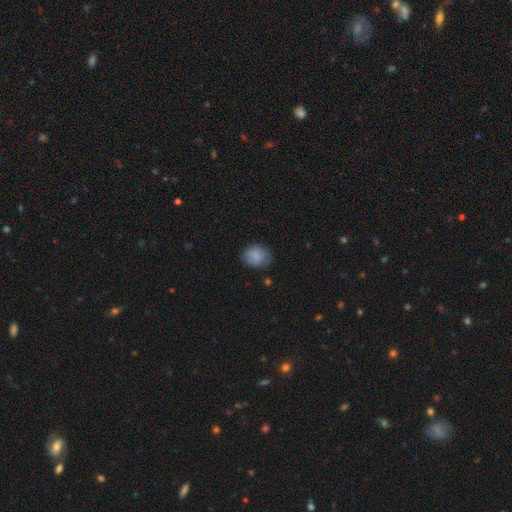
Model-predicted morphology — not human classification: smooth-or-featured: smooth: 81% | featured or disk: 11% | star or artifact: 8%
  how-rounded: round: 54% | in between: 45% | cigar-shaped: 1%
  merging: none: 70% | minor disturbance: 22% | major disturbance: 6% | merger: 1%